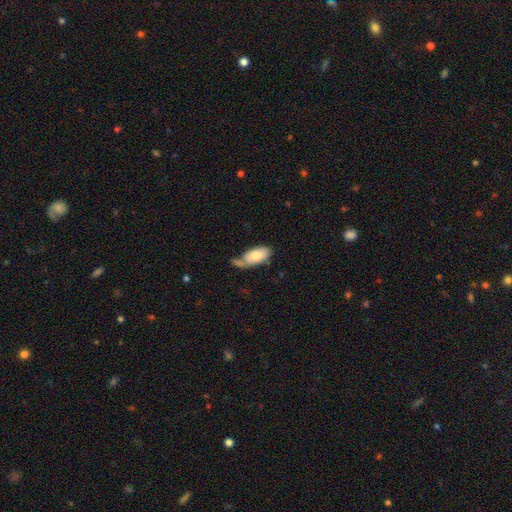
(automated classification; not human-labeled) smooth-or-featured: smooth: 77% | featured or disk: 16% | star or artifact: 6%
  how-rounded: in between: 93% | cigar-shaped: 5% | round: 3%
  merging: none: 41% | minor disturbance: 24% | merger: 22% | major disturbance: 12%